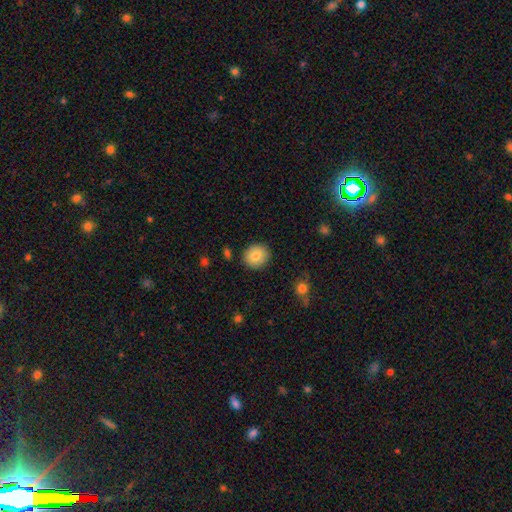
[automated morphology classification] A smooth galaxy with no disk features (84%) that is round (78%). Merging: none (89%).